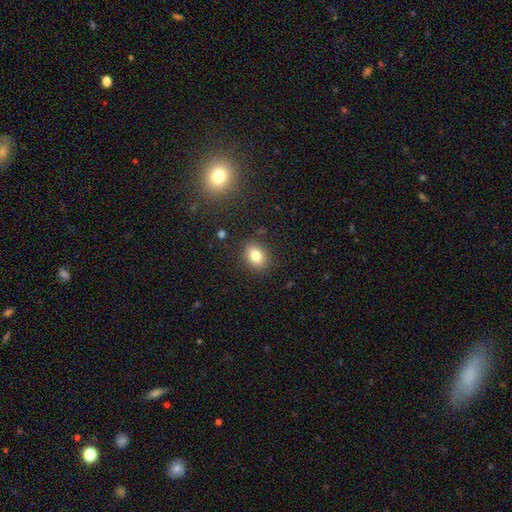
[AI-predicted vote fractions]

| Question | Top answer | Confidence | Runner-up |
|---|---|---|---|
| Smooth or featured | smooth | 81% | star or artifact (11%) |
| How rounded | in between | 60% | round (39%) |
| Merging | none | 86% | minor disturbance (10%) |